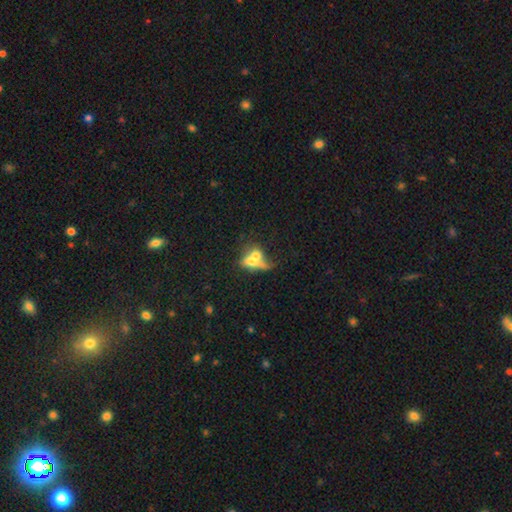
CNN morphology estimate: Smooth or featured? Predicted: smooth (p=0.58). How rounded? Predicted: in between (p=0.56). Merging? Predicted: merger (p=0.70).